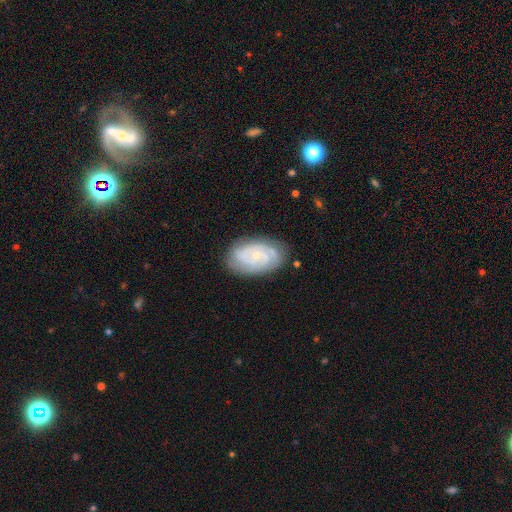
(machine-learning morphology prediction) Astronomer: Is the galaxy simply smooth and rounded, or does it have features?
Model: featured or disk — 79%.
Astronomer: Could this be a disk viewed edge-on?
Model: no — 97%.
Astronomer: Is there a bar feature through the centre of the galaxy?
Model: no — 72%.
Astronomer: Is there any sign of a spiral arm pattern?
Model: yes — 94%.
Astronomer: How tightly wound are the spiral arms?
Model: tight — 67%.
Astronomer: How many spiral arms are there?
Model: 2 — 35% (runner-up: can't tell, 27%).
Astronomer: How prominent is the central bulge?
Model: small — 77%.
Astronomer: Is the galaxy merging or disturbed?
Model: none — 80%.